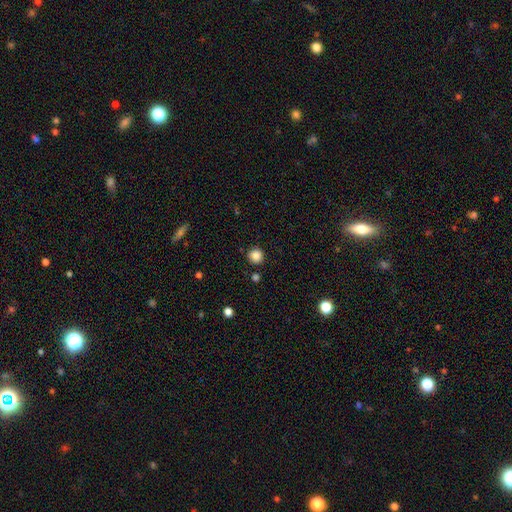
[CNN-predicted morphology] Smooth or featured: smooth — 85% (star or artifact — 11%)
How rounded: round — 94% (in between — 5%)
Merging: none — 88% (minor disturbance — 7%)